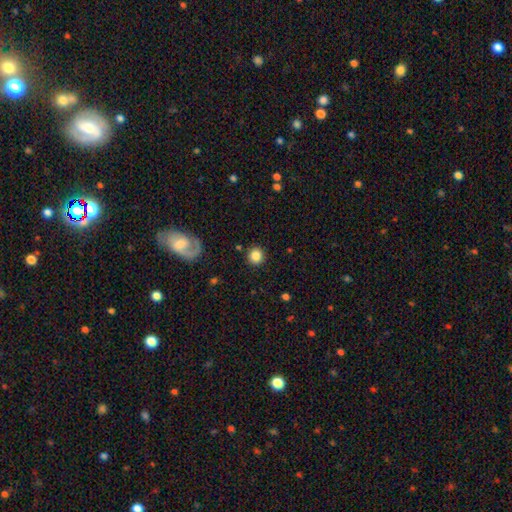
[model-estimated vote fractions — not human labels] smooth_or_featured: smooth (p=0.83) [alt: star or artifact p=0.10]
how_rounded: round (p=0.93) [alt: in between p=0.06]
merging: none (p=0.91) [alt: minor disturbance p=0.05]